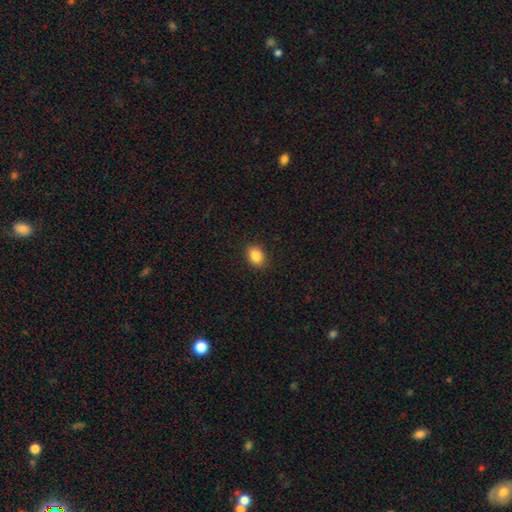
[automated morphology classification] Smooth or featured? smooth (87%)
How rounded? in between (67%)
Merging? none (89%)